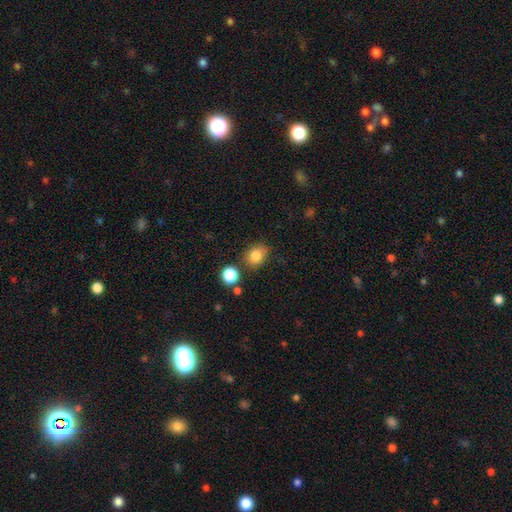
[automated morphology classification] This appears to be a smooth galaxy with no disk features (82%) that is round (55%). Merging: none (77%).